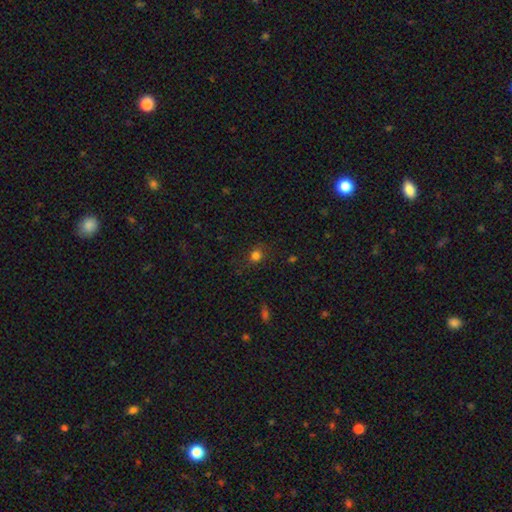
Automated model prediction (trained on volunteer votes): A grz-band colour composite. It shows a smooth galaxy with no disk features (77%) that is round (79%). Merging: none (79%).